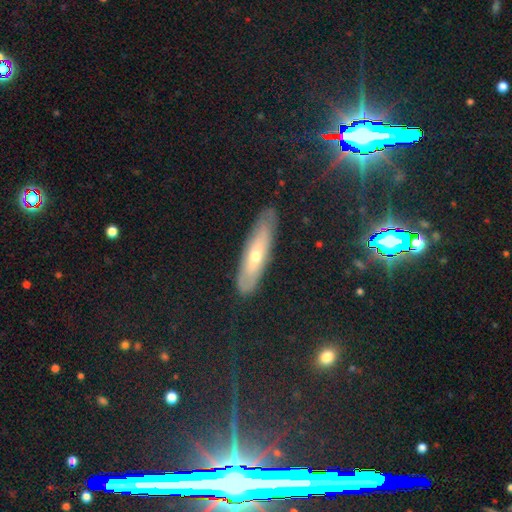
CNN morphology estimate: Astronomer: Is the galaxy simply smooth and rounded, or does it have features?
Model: featured or disk — 48% (runner-up: smooth, 40%).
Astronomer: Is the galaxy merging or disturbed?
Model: none — 84%.